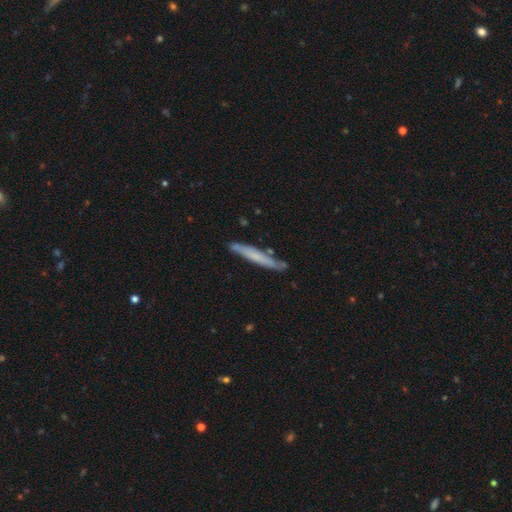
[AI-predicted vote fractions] Smooth or featured? Predicted: smooth (p=0.49). Merging? Predicted: none (p=0.77).